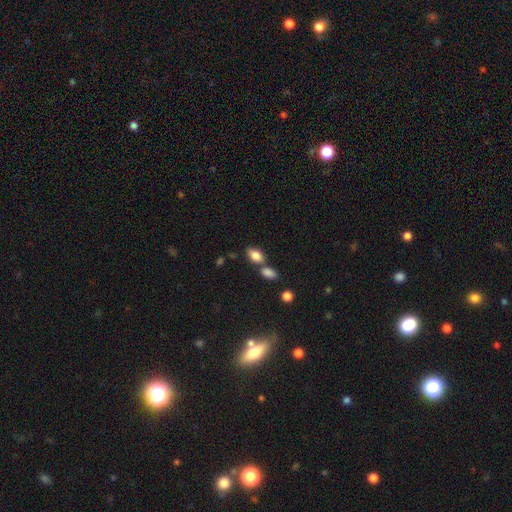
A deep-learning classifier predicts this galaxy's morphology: This is clearly a smooth galaxy (82%). How rounded: clearly in between (87%). Merging: possibly none (55%).